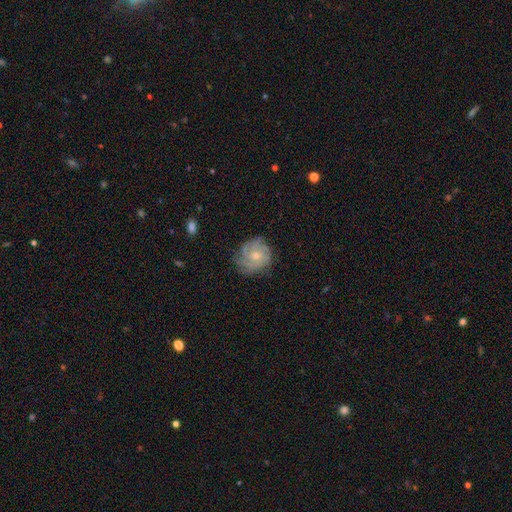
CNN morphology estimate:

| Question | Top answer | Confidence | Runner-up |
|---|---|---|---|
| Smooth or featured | featured or disk | 74% | smooth (19%) |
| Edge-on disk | no | 98% | yes (2%) |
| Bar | no | 76% | weak (21%) |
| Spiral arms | yes | 93% | no (7%) |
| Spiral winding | tight | 64% | medium (28%) |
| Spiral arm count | can't tell | 32% | 3 (27%) |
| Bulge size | small | 54% | moderate (41%) |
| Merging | none | 73% | minor disturbance (19%) |